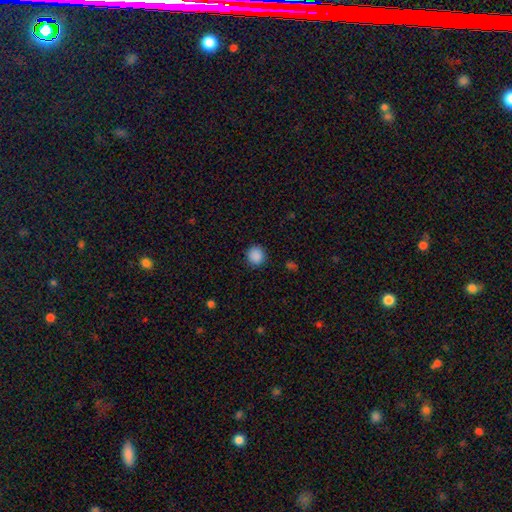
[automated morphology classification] This appears to be a smooth galaxy with no disk features (88%) that is round (93%). Merging: none (91%).